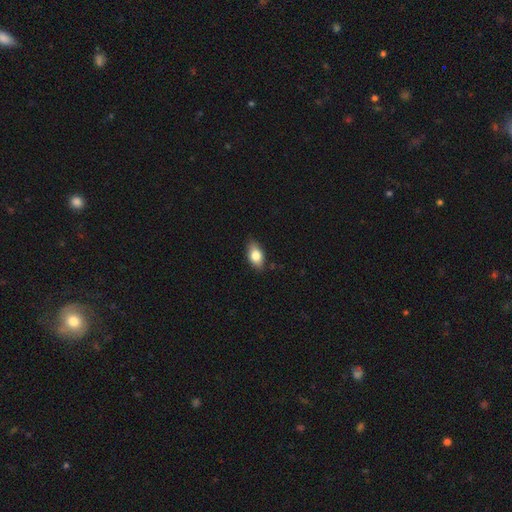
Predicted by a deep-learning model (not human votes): Smooth or featured?
  - smooth: 80% *
  - featured or disk: 13%
  - star or artifact: 7%
How rounded?
  - in between: 89% *
  - round: 8%
  - cigar-shaped: 4%
Merging?
  - none: 83% *
  - minor disturbance: 13%
  - major disturbance: 2%
  - merger: 1%